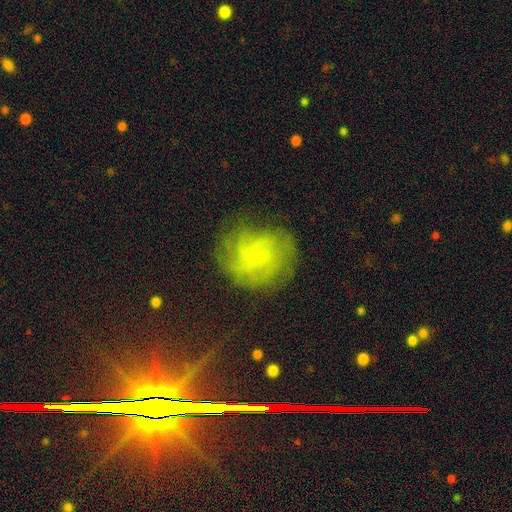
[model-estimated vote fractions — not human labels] This appears to be a featured or disk galaxy (62%) with no bar (62%), tight (46%) spiral arms (86%) and a small central bulge (76%). Merging: none (68%).